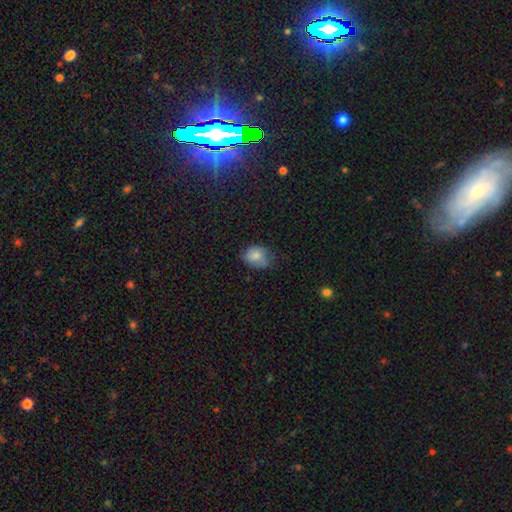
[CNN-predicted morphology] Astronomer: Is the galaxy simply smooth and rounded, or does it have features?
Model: smooth — 79%.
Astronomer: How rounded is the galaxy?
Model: round — 50% (runner-up: in between, 49%).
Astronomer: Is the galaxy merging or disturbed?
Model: none — 51% (runner-up: minor disturbance, 36%).